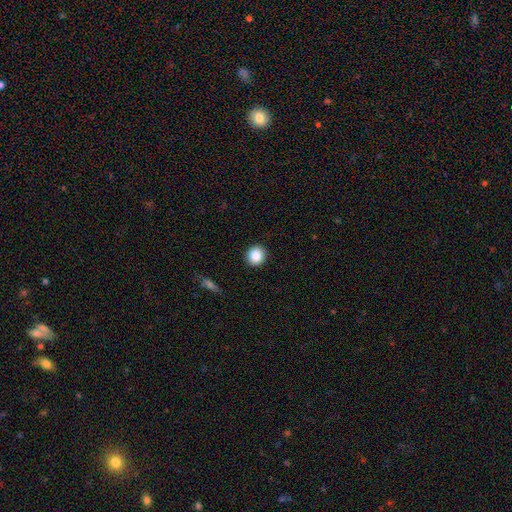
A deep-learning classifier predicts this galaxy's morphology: Smooth or featured? smooth (87%)
How rounded? round (87%)
Merging? none (92%)